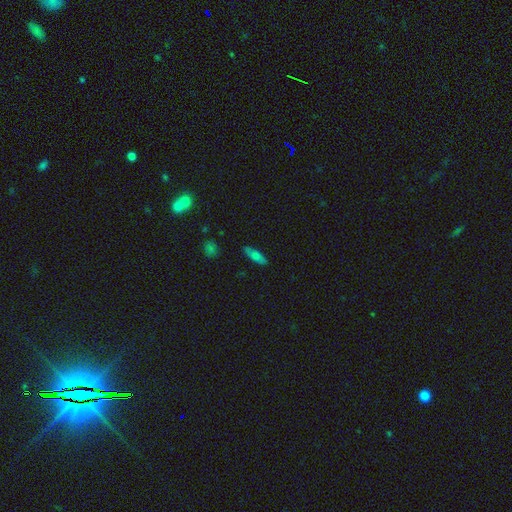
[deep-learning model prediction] Smooth or featured: smooth — 64% (featured or disk — 27%)
How rounded: in between — 53% (cigar-shaped — 44%)
Merging: none — 86% (minor disturbance — 11%)